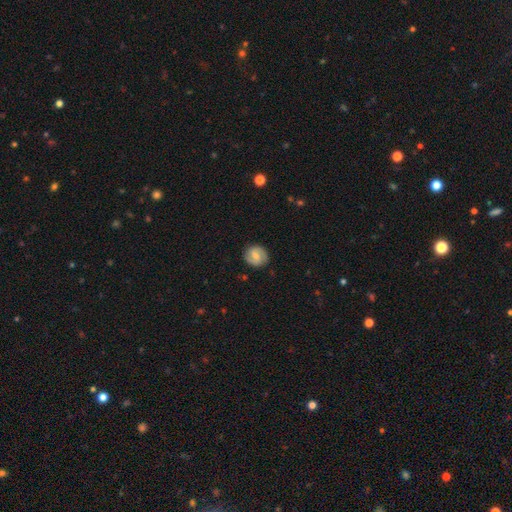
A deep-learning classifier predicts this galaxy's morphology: Smooth or featured: smooth — 48% (featured or disk — 45%)
Merging: none — 85% (minor disturbance — 11%)